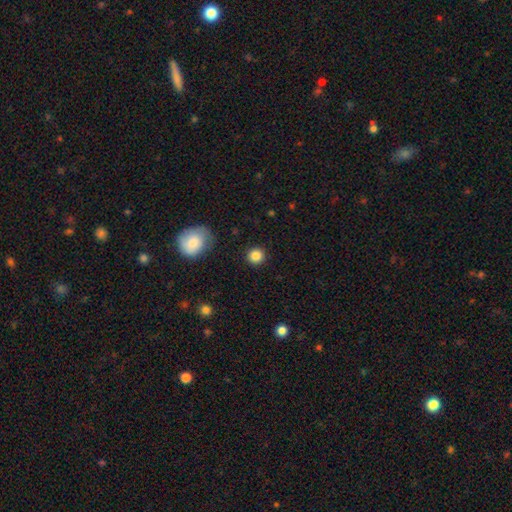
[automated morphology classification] Q: Smooth or featured?
A: smooth (86%); runner-up: star or artifact (10%)
Q: How rounded?
A: round (92%); runner-up: in between (7%)
Q: Merging?
A: none (90%); runner-up: minor disturbance (6%)